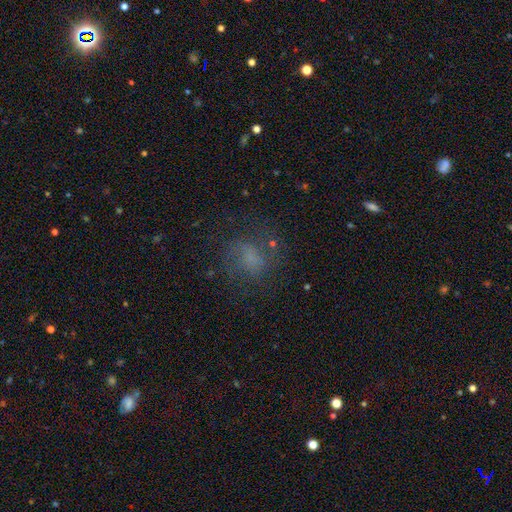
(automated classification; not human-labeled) Overall: smooth (43%; featured or disk 32%). Merging: none (67%).